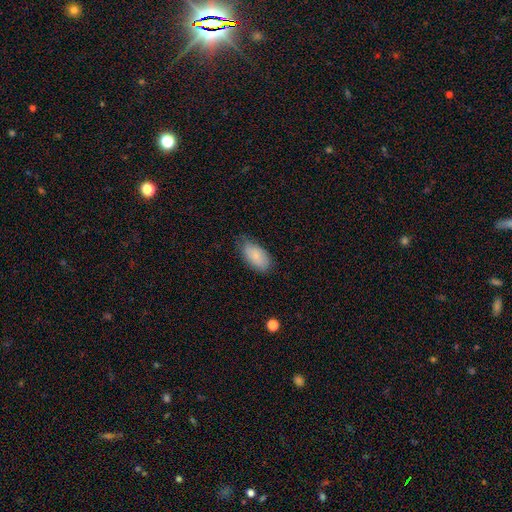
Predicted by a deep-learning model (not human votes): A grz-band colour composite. It shows a smooth galaxy with no disk features (81%) that is in between round and cigar-shaped (94%). Merging: none (67%).